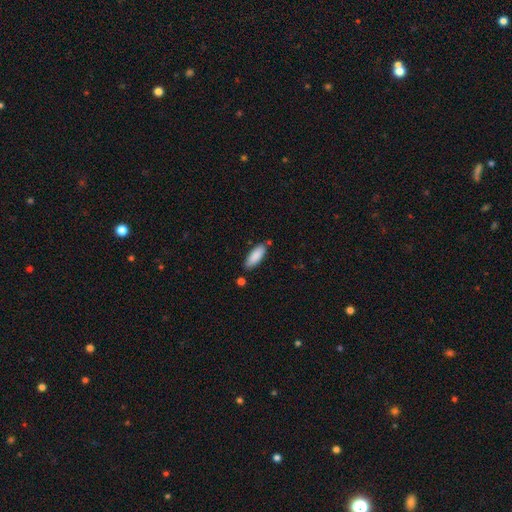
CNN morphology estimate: Smooth or featured? smooth (88%)
How rounded? in between (68%)
Merging? none (79%)